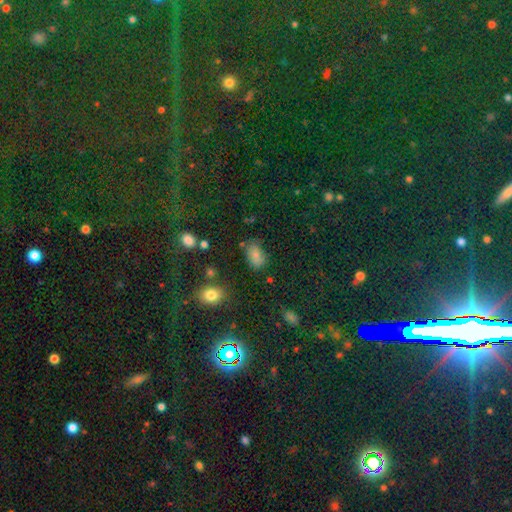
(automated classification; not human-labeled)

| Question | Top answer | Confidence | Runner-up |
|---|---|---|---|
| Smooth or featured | smooth | 78% | star or artifact (14%) |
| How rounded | in between | 87% | round (12%) |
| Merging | none | 68% | minor disturbance (21%) |